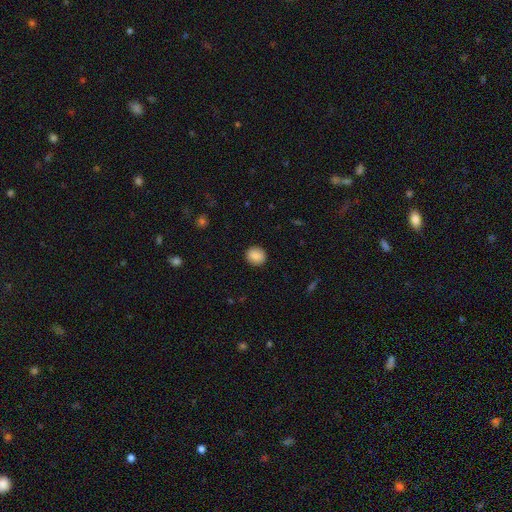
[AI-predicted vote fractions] Smooth or featured?
  - smooth: 87% *
  - star or artifact: 8%
  - featured or disk: 5%
How rounded?
  - round: 86% *
  - in between: 13%
  - cigar-shaped: 1%
Merging?
  - none: 91% *
  - minor disturbance: 6%
  - major disturbance: 2%
  - merger: 1%